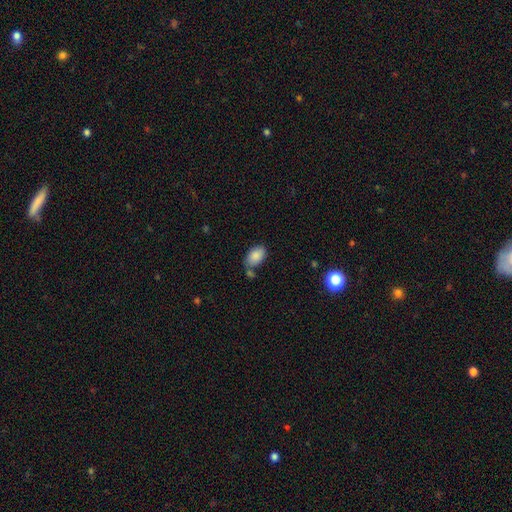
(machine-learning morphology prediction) Overall: smooth (86%). How rounded: in between (91%). Merging: none (62%).